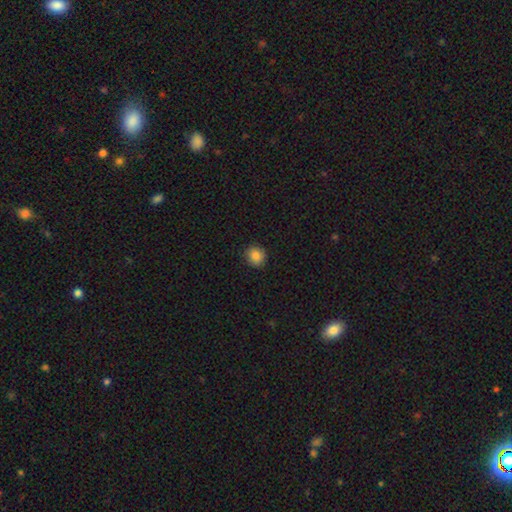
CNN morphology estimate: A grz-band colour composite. It shows a smooth galaxy with no disk features (85%) that is round (87%). Merging: none (90%).